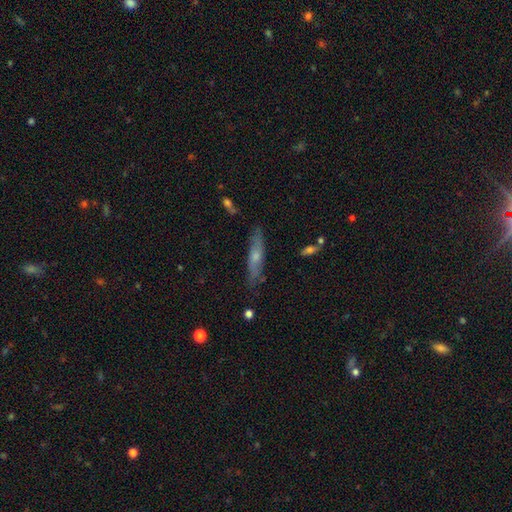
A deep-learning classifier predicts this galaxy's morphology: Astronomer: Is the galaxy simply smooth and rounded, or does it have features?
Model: featured or disk — 52% (runner-up: smooth, 40%).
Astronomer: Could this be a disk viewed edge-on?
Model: yes — 75%.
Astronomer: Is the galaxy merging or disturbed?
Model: none — 82%.